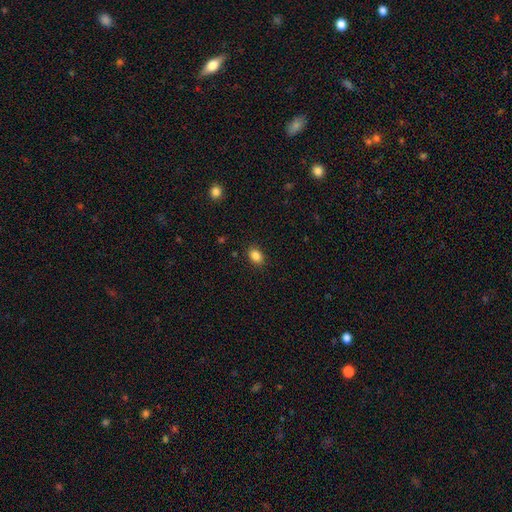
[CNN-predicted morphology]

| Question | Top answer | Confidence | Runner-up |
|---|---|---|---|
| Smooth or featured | smooth | 86% | star or artifact (10%) |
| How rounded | in between | 74% | round (24%) |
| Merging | none | 88% | minor disturbance (8%) |